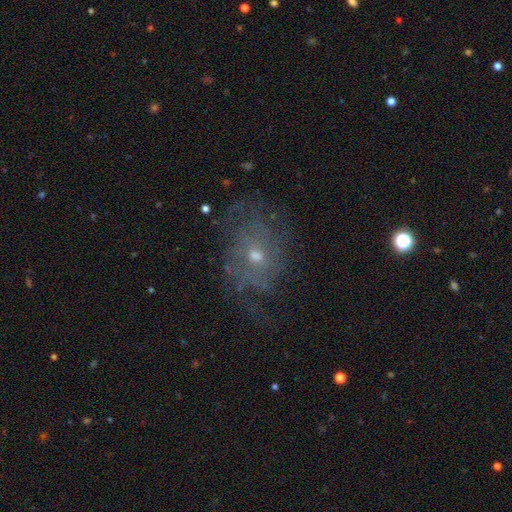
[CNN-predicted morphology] Overall: featured or disk (61%; smooth 25%). Edge-on disk: no (96%). Bar: no (76%). Spiral arms: yes (58%; no 42%). Bulge size: small (50%; moderate 45%). Merging: none (55%; major disturbance 22%).